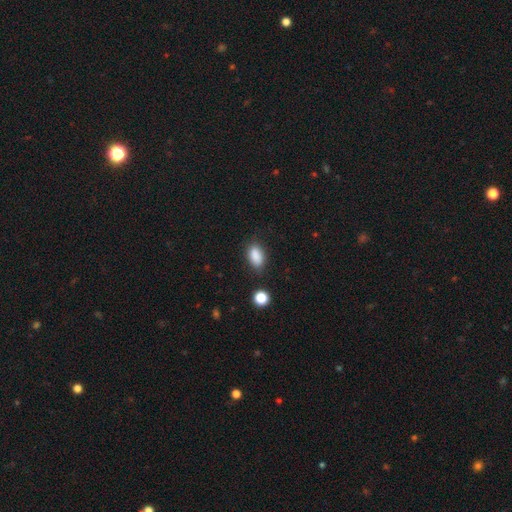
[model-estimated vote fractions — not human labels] This is clearly a smooth galaxy (87%). How rounded: clearly in between (89%). Merging: likely none (77%).